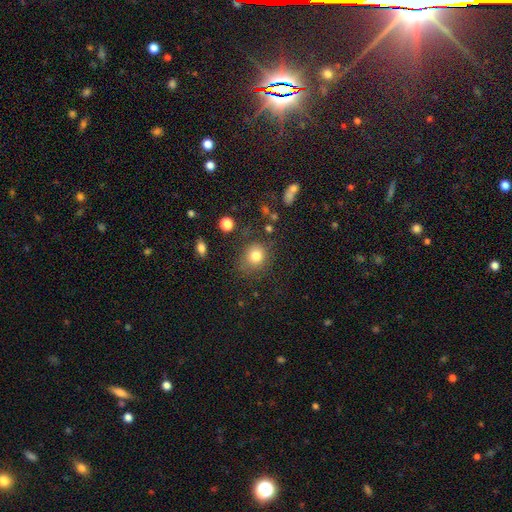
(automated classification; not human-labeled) smooth_or_featured: smooth (p=0.80) [alt: star or artifact p=0.12]
how_rounded: round (p=0.75) [alt: in between p=0.24]
merging: none (p=0.73) [alt: minor disturbance p=0.17]